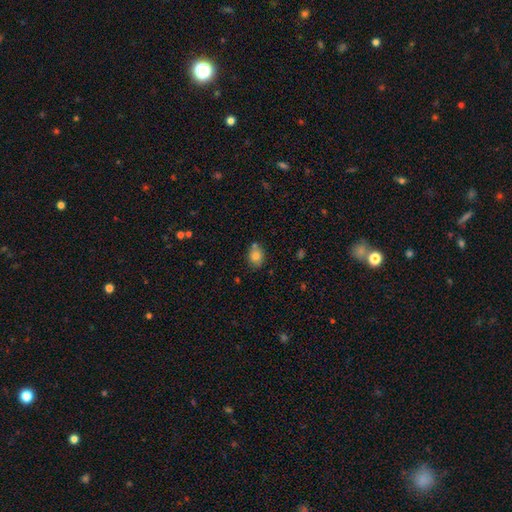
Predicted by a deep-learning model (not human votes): Smooth or featured: smooth — 80% (star or artifact — 11%)
How rounded: round — 52% (in between — 47%)
Merging: none — 69% (minor disturbance — 15%)